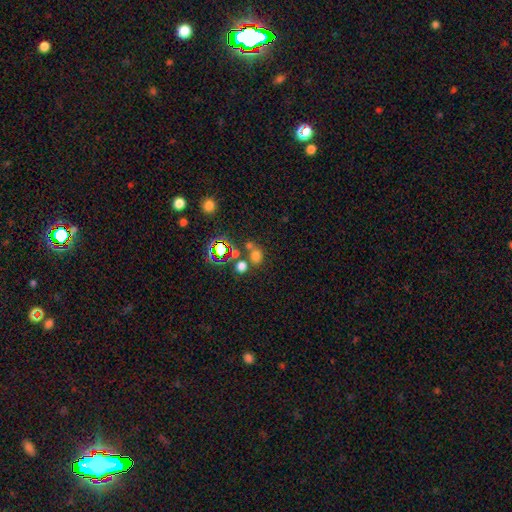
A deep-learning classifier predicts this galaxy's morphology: Smooth or featured? Predicted: smooth (p=0.63). How rounded? Predicted: round (p=0.72). Merging? Predicted: none (p=0.58).